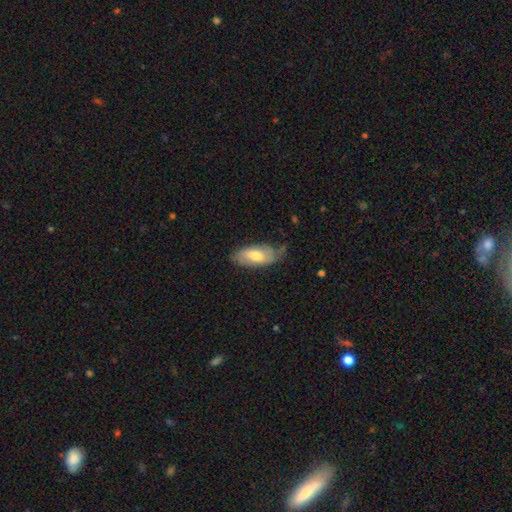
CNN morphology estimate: A smooth galaxy with no disk features (66%) that is in between round and cigar-shaped (88%). Merging: none (60%).